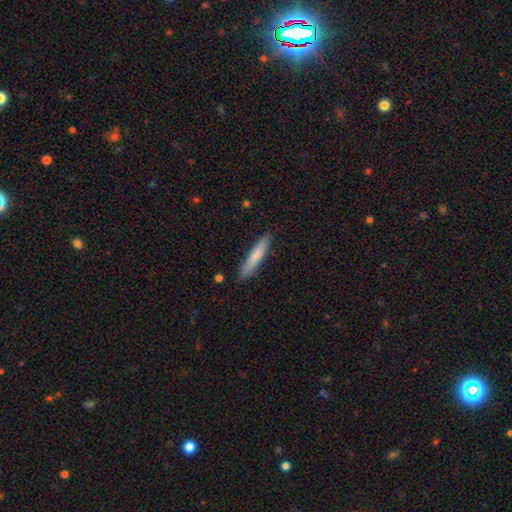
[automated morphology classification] Smooth or featured: smooth — 74% (featured or disk — 20%)
How rounded: cigar-shaped — 91% (in between — 8%)
Merging: none — 87% (minor disturbance — 10%)